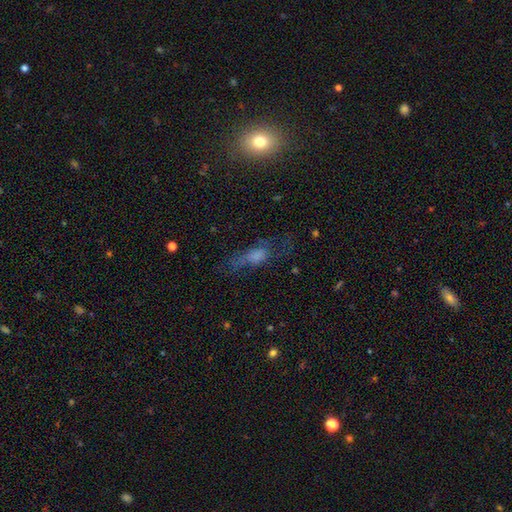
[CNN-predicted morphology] Smooth or featured? smooth (44%)
Merging? none (47%)